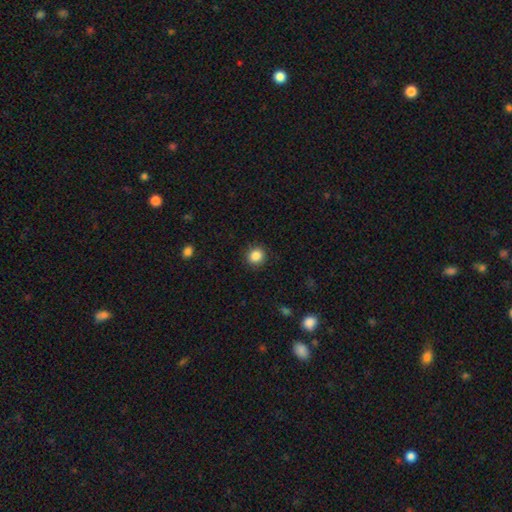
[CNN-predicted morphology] Smooth or featured? smooth (87%)
How rounded? round (88%)
Merging? none (90%)